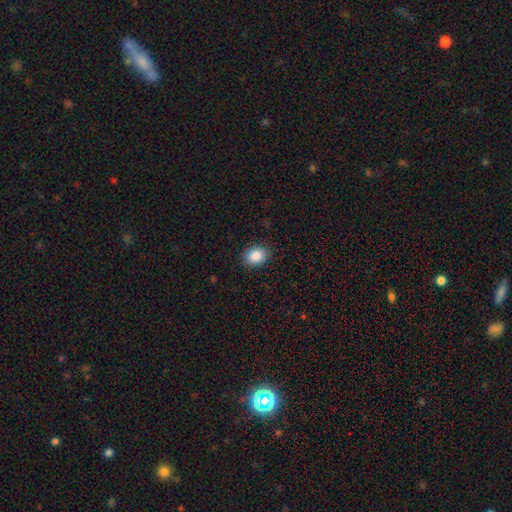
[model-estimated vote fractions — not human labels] smooth-or-featured: smooth: 88% | star or artifact: 8% | featured or disk: 4%
  how-rounded: in between: 61% | round: 38% | cigar-shaped: 1%
  merging: none: 88% | minor disturbance: 9% | major disturbance: 2% | merger: 1%